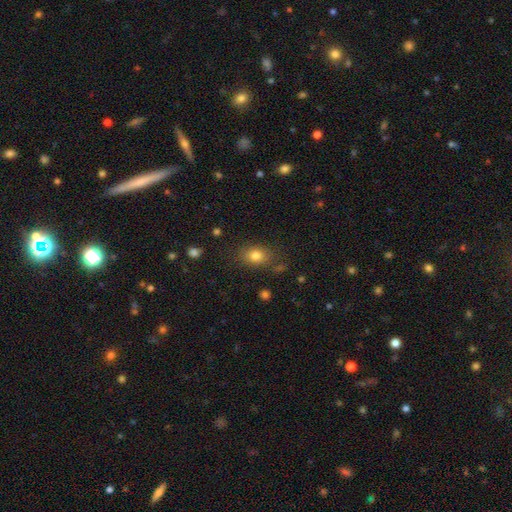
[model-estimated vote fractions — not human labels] Morphology: type=smooth (81%); roundness=in between (64%); merging=none (78%).